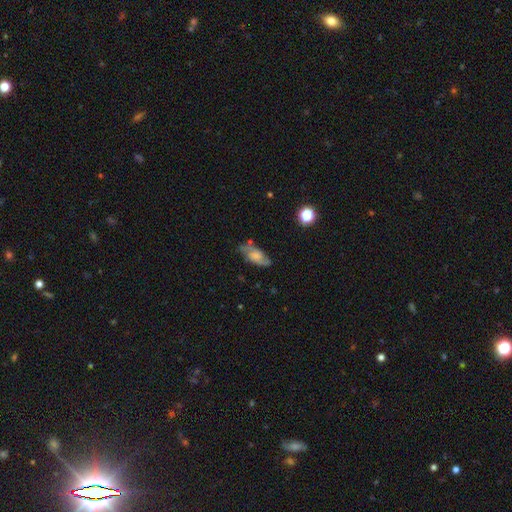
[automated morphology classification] Smooth or featured?
  - featured or disk: 57% *
  - smooth: 34%
  - star or artifact: 9%
Edge-on disk?
  - no: 90% *
  - yes: 10%
Bar?
  - no: 63% *
  - weak: 31%
  - strong: 6%
Spiral arms?
  - yes: 84% *
  - no: 16%
Bulge size?
  - none: 34% *
  - small: 26%
  - moderate: 24%
  - large: 14%
  - dominant: 2%
Merging?
  - none: 65% *
  - minor disturbance: 23%
  - major disturbance: 9%
  - merger: 3%